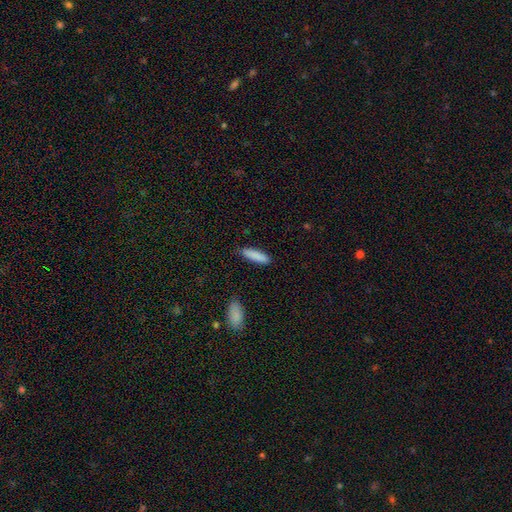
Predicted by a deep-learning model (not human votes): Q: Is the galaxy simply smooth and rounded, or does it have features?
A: smooth — 87%.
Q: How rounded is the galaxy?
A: cigar-shaped — 69%.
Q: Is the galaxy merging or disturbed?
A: none — 86%.